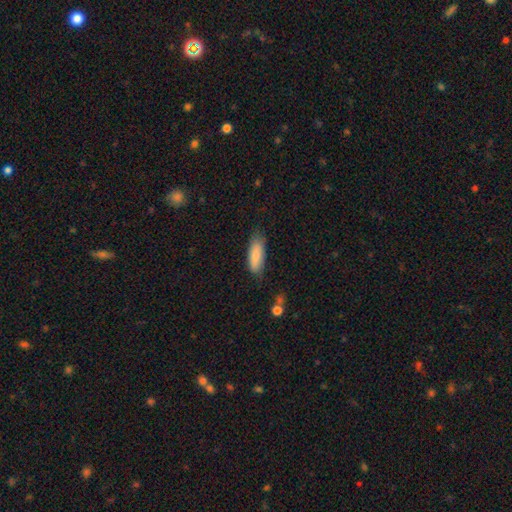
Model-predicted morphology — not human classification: This appears to be a smooth galaxy with no disk features (85%) that is in between round and cigar-shaped (69%). Merging: none (72%).